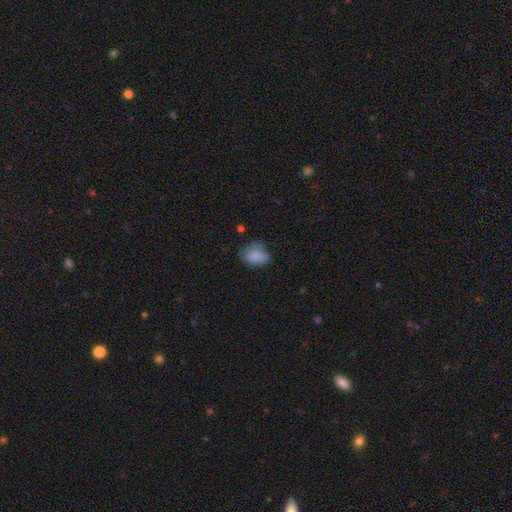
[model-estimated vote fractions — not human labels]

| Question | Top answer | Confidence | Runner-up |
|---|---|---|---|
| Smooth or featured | smooth | 80% | featured or disk (11%) |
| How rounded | in between | 64% | round (35%) |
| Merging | none | 55% | minor disturbance (31%) |